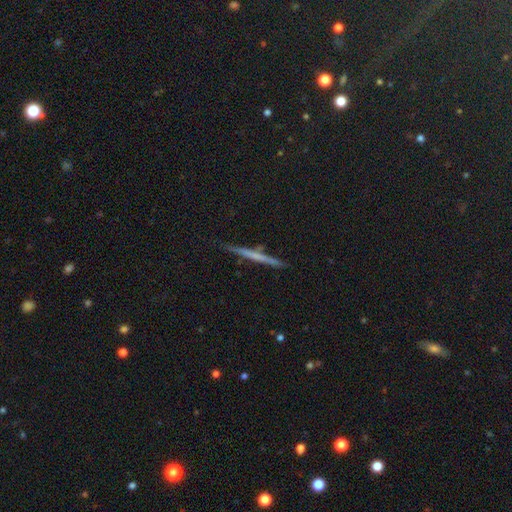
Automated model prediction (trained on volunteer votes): Smooth or featured? Predicted: featured or disk (p=0.53). Edge-on disk? Predicted: yes (p=0.97). Edge-on bulge? Predicted: none (p=0.82). Merging? Predicted: none (p=0.88).